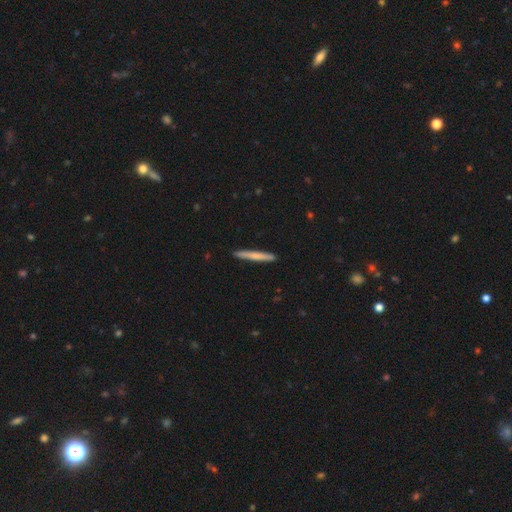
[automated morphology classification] Q: Smooth or featured?
A: smooth (67%); runner-up: featured or disk (28%)
Q: How rounded?
A: cigar-shaped (96%); runner-up: in between (2%)
Q: Merging?
A: none (91%); runner-up: minor disturbance (6%)